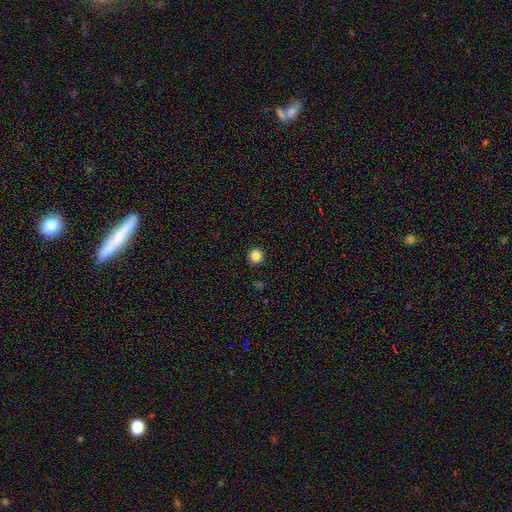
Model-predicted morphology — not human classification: A smooth galaxy with no disk features (85%) that is round (95%).

Vote fractions:
- Smooth or featured? smooth: 85% / star or artifact: 11% / featured or disk: 4%
- How rounded? round: 95% / in between: 4% / cigar-shaped: 1%
- Merging? none: 93% / minor disturbance: 5% / major disturbance: 2% / merger: 1%